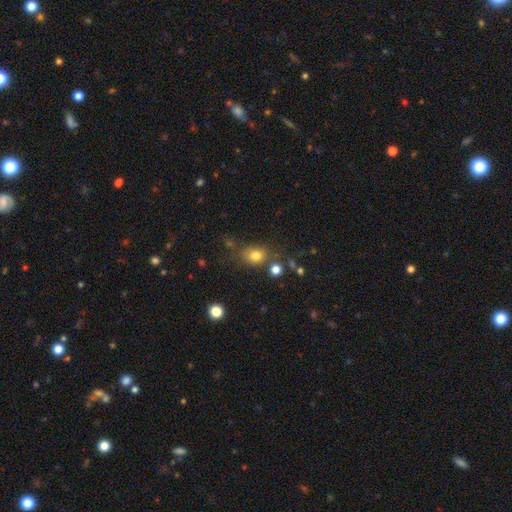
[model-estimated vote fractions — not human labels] Smooth or featured? smooth (78%)
How rounded? in between (50%)
Merging? none (70%)